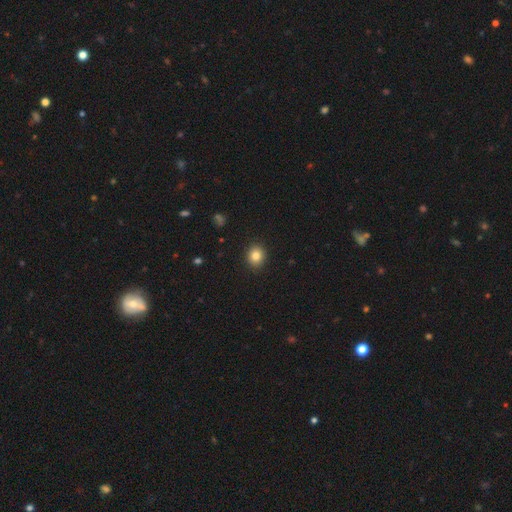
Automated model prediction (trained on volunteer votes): Q: Smooth or featured?
A: smooth (84%); runner-up: star or artifact (10%)
Q: How rounded?
A: round (73%); runner-up: in between (26%)
Q: Merging?
A: none (91%); runner-up: minor disturbance (7%)